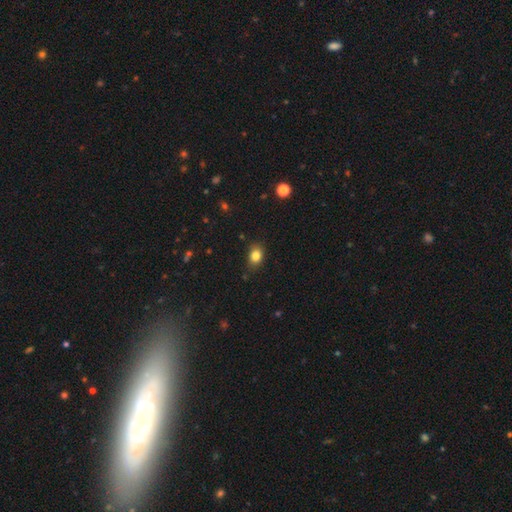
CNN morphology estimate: Smooth or featured? smooth (83%)
How rounded? in between (64%)
Merging? none (82%)